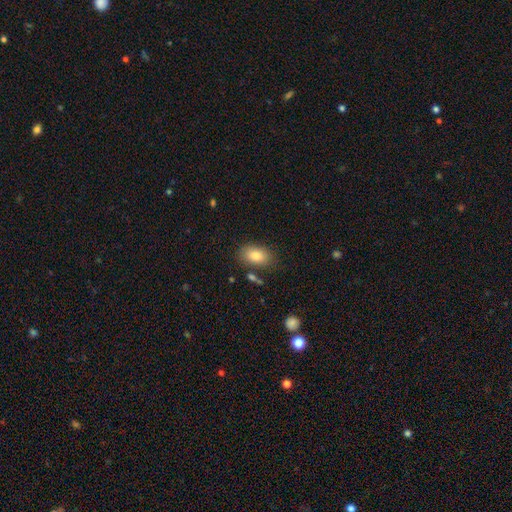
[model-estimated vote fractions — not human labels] A smooth galaxy with no disk features (83%) that is in between round and cigar-shaped (90%). Merging: none (78%).